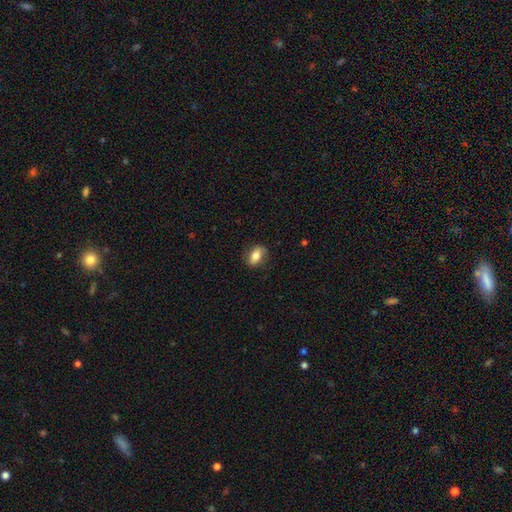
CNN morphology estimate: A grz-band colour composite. It shows a smooth galaxy with no disk features (74%) that is in between round and cigar-shaped (84%). Merging: none (82%).